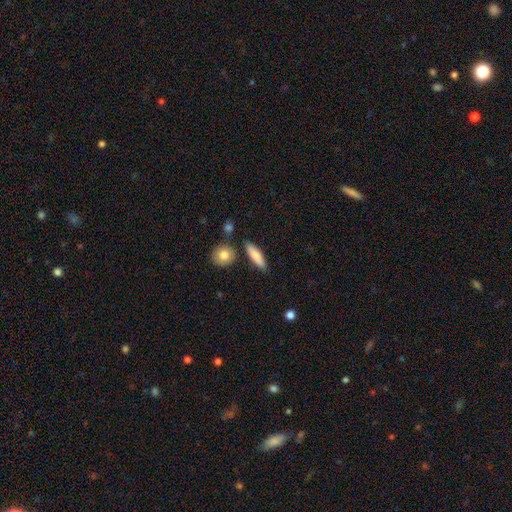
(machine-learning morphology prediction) Smooth or featured? smooth (81%)
How rounded? cigar-shaped (56%)
Merging? none (81%)